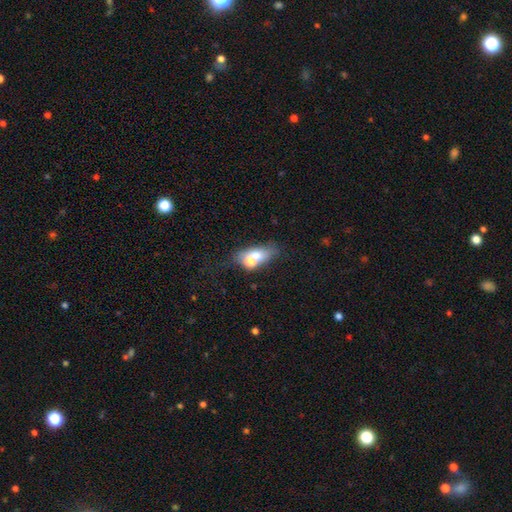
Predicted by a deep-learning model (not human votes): smooth-or-featured: smooth: 62% | featured or disk: 28% | star or artifact: 10%
  how-rounded: in between: 70% | round: 23% | cigar-shaped: 7%
  merging: merger: 55% | none: 26% | minor disturbance: 11% | major disturbance: 8%